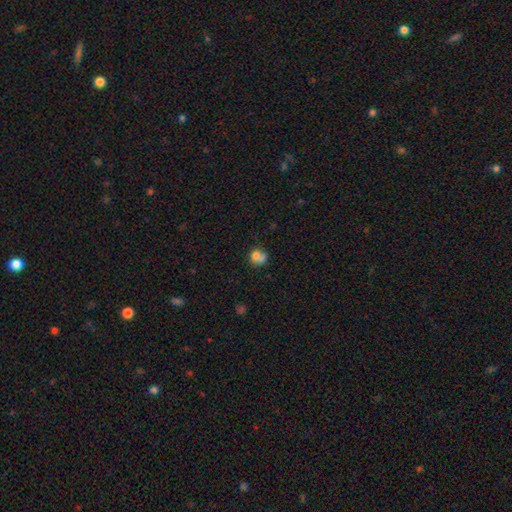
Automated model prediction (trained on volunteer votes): Smooth or featured? Predicted: smooth (p=0.73). How rounded? Predicted: round (p=0.73). Merging? Predicted: merger (p=0.40).